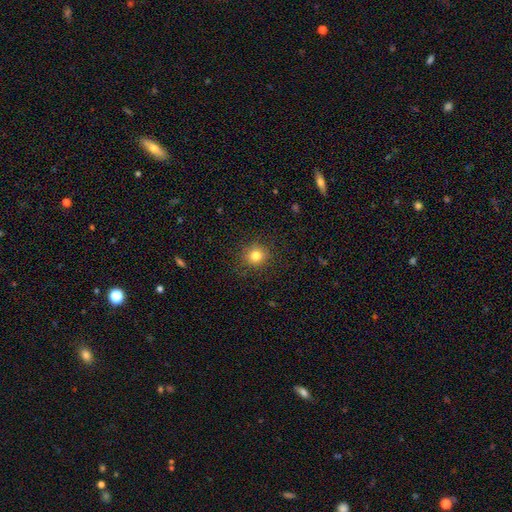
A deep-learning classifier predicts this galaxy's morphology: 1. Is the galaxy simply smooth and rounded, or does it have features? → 81% smooth, 13% star or artifact, 6% featured or disk.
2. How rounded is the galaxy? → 90% round, 9% in between, 1% cigar-shaped.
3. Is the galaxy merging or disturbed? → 88% none, 8% minor disturbance, 3% major disturbance, 1% merger.